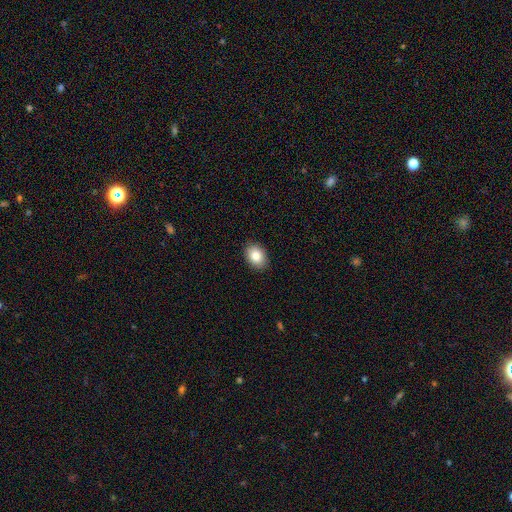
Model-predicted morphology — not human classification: smooth 84%, featured or disk 8%, star or artifact 8%. Down the decision tree: how rounded — in between (70%); merging — none (89%).